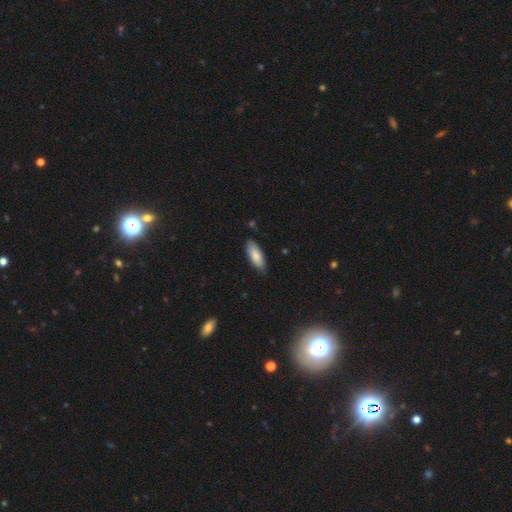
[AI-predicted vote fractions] Smooth or featured? Predicted: smooth (p=0.85). How rounded? Predicted: in between (p=0.73). Merging? Predicted: none (p=0.83).